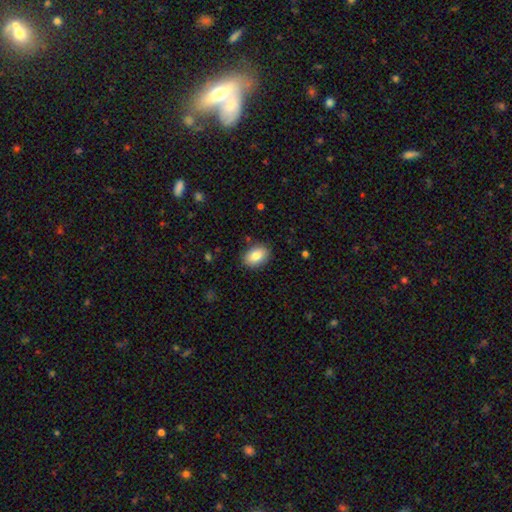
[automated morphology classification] Overall: smooth (84%). How rounded: in between (86%). Merging: none (87%).